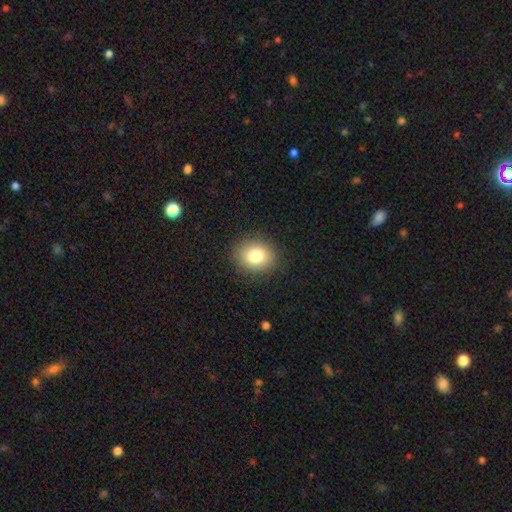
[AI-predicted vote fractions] A smooth galaxy with no disk features (82%) that is round (54%). Merging: none (89%).